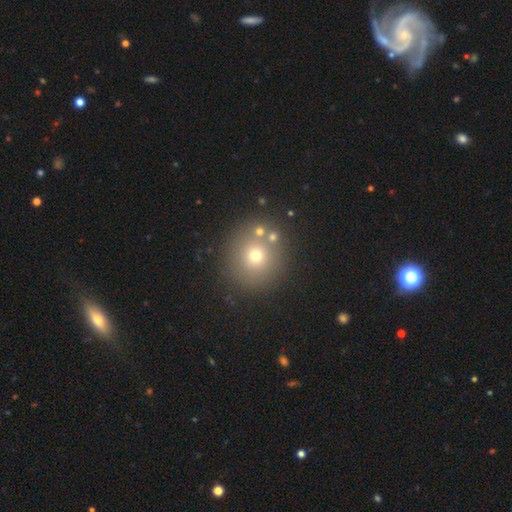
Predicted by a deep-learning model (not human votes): smooth 66%, star or artifact 19%, featured or disk 15%. Down the decision tree: how rounded — round (91%); merging — none (77%).